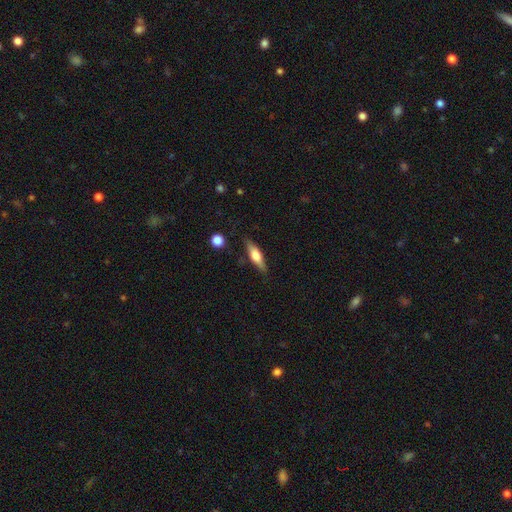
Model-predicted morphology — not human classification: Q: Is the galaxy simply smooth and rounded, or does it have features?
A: smooth — 54%.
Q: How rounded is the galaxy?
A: cigar-shaped — 59%.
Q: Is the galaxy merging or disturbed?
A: none — 82%.